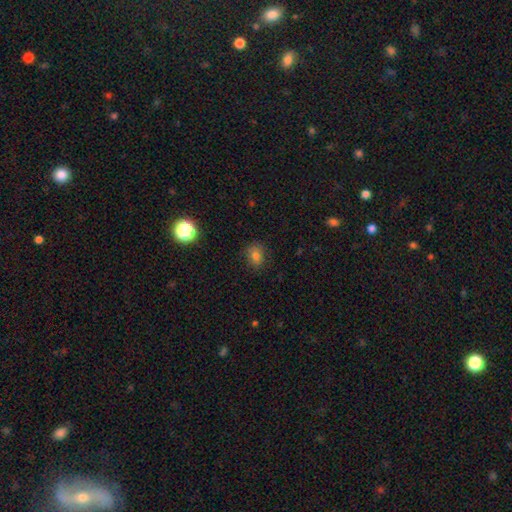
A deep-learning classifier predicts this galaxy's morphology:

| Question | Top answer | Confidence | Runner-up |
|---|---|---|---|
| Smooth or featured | smooth | 78% | star or artifact (15%) |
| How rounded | in between | 51% | round (47%) |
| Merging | none | 80% | minor disturbance (15%) |